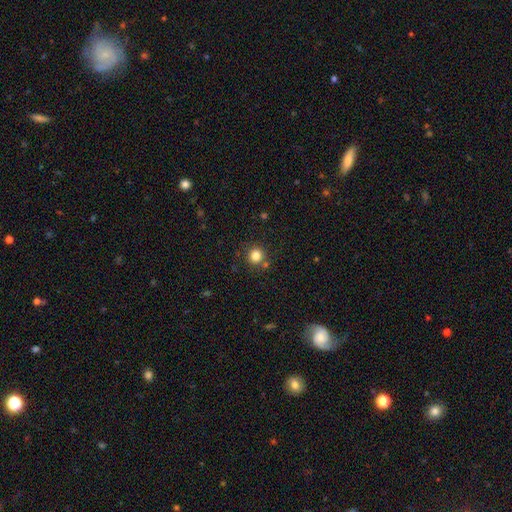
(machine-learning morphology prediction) A smooth galaxy with no disk features (82%) that is round (92%).

Vote fractions:
- Smooth or featured? smooth: 82% / star or artifact: 13% / featured or disk: 6%
- How rounded? round: 92% / in between: 7% / cigar-shaped: 1%
- Merging? none: 82% / minor disturbance: 8% / merger: 7% / major disturbance: 3%